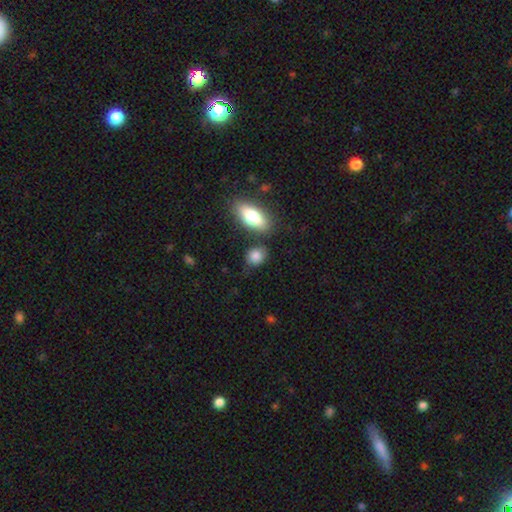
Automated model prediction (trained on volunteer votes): Smooth or featured: smooth — 83% (featured or disk — 9%)
How rounded: in between — 49% (round — 48%)
Merging: none — 71% (minor disturbance — 16%)